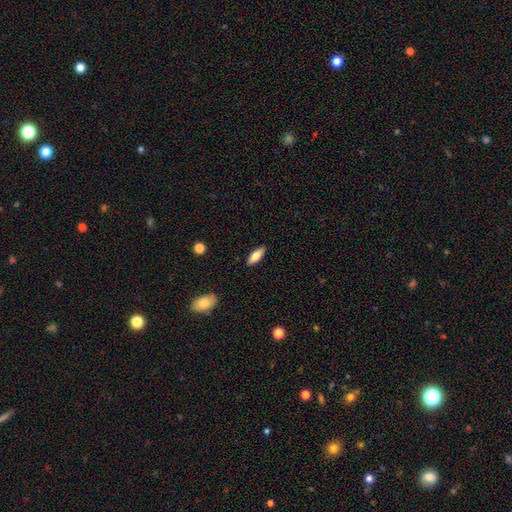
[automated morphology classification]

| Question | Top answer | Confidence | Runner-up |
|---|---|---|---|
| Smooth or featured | smooth | 75% | featured or disk (19%) |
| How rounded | in between | 71% | cigar-shaped (26%) |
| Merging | none | 89% | minor disturbance (8%) |